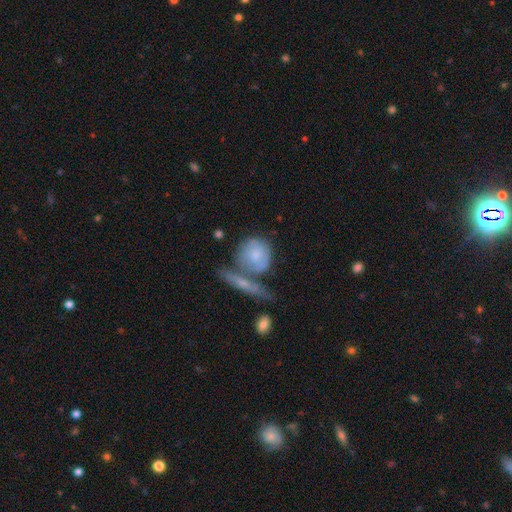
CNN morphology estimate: smooth 64%, featured or disk 30%, star or artifact 6%. Down the decision tree: how rounded — round (71%); merging — none (40%).